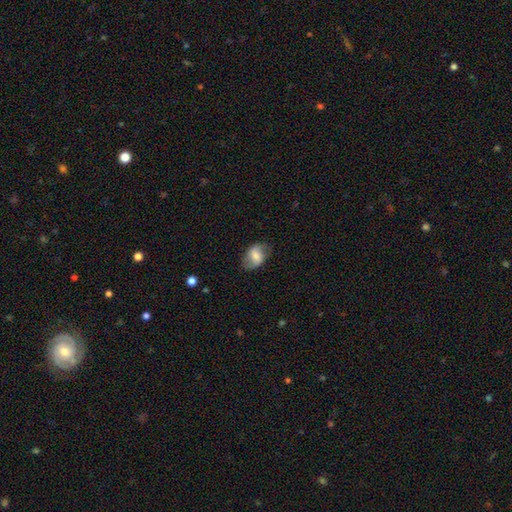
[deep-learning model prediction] Smooth or featured? Predicted: smooth (p=0.53). How rounded? Predicted: in between (p=0.81). Merging? Predicted: none (p=0.73).